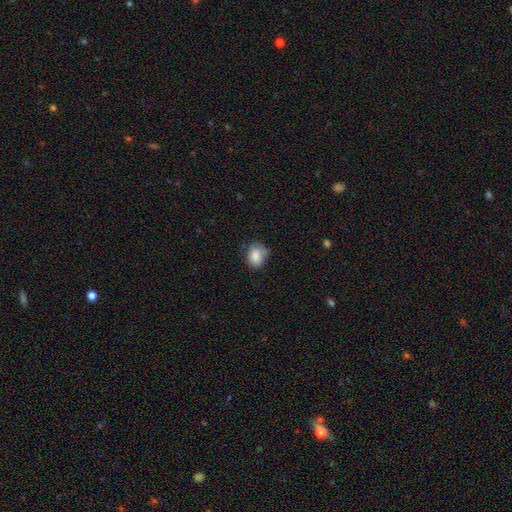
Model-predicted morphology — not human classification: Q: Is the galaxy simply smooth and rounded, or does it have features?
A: smooth — 85%.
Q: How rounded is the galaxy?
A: in between — 51%.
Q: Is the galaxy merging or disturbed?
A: none — 59%.